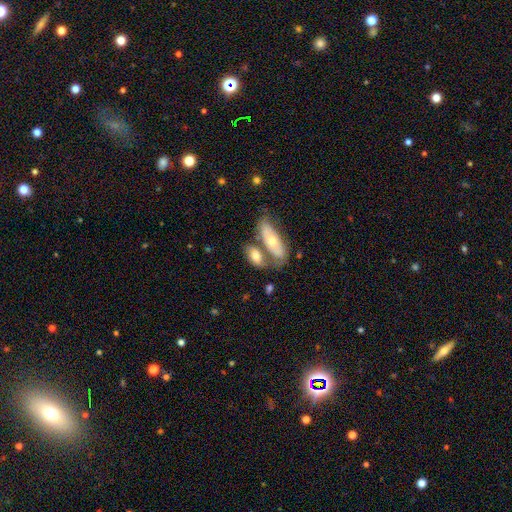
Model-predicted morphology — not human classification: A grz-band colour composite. It shows a smooth galaxy with no disk features (64%) that is in between round and cigar-shaped (81%). Merging: merger (47%).